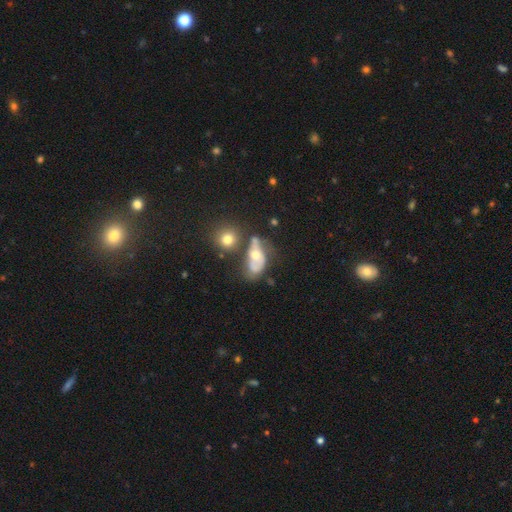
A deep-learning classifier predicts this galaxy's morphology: Q: Smooth or featured?
A: featured or disk (59%); runner-up: smooth (27%)
Q: Edge-on disk?
A: no (93%); runner-up: yes (7%)
Q: Bar?
A: no (63%); runner-up: weak (27%)
Q: Spiral arms?
A: yes (71%); runner-up: no (29%)
Q: Bulge size?
A: moderate (60%); runner-up: small (30%)
Q: Merging?
A: none (44%); runner-up: merger (22%)